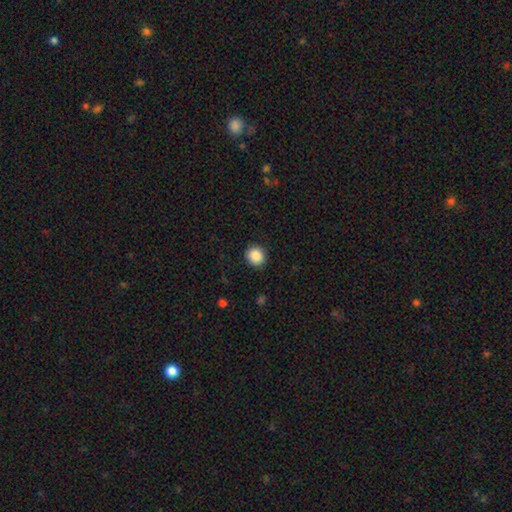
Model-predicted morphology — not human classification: Smooth or featured? Predicted: smooth (p=0.88). How rounded? Predicted: round (p=0.85). Merging? Predicted: none (p=0.90).